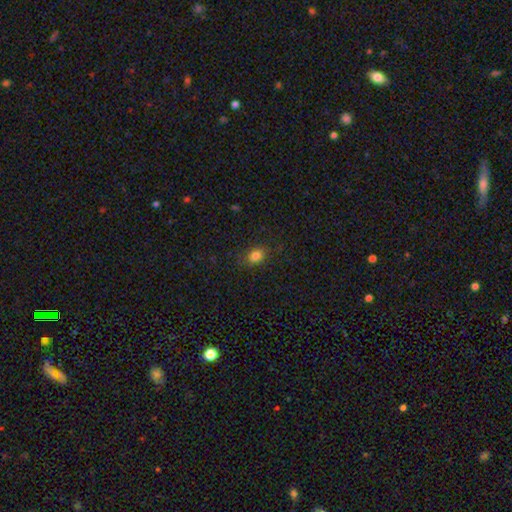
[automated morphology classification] Smooth or featured?
  - smooth: 82% *
  - star or artifact: 12%
  - featured or disk: 6%
How rounded?
  - in between: 65% *
  - round: 33%
  - cigar-shaped: 1%
Merging?
  - none: 83% *
  - minor disturbance: 13%
  - major disturbance: 3%
  - merger: 1%